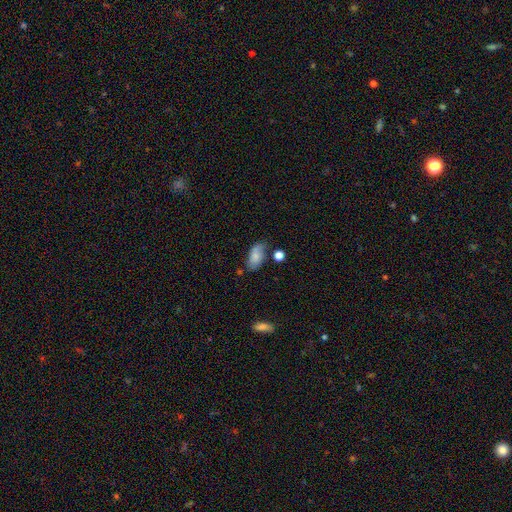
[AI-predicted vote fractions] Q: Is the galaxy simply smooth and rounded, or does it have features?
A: smooth — 73%.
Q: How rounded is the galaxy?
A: in between — 91%.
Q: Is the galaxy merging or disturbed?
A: none — 59%.